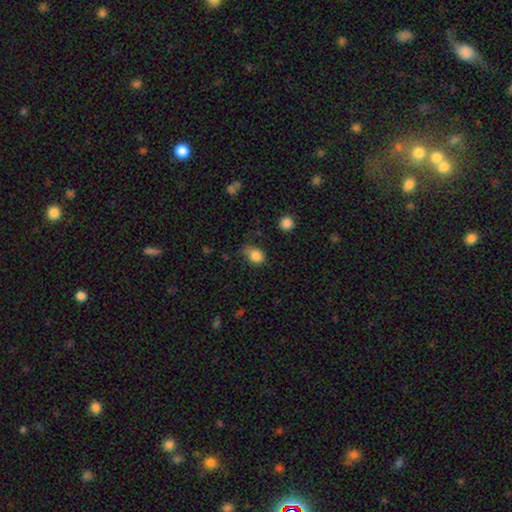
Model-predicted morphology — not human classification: Smooth or featured? Predicted: smooth (p=0.85). How rounded? Predicted: in between (p=0.54). Merging? Predicted: none (p=0.55).